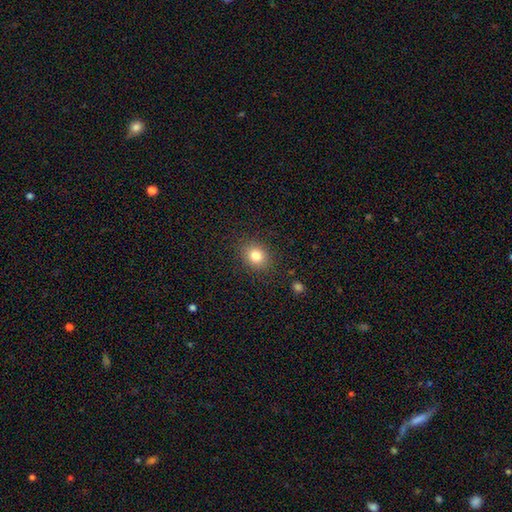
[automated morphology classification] Smooth or featured: smooth — 81% (star or artifact — 11%)
How rounded: round — 62% (in between — 37%)
Merging: none — 87% (minor disturbance — 9%)